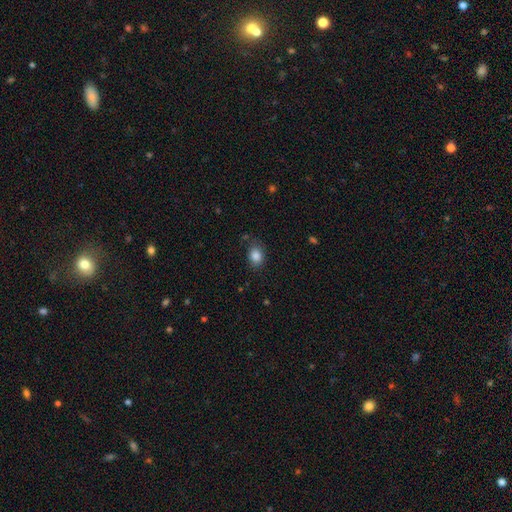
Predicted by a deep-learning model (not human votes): Smooth or featured: smooth — 85% (star or artifact — 9%)
How rounded: in between — 58% (round — 41%)
Merging: none — 77% (minor disturbance — 17%)